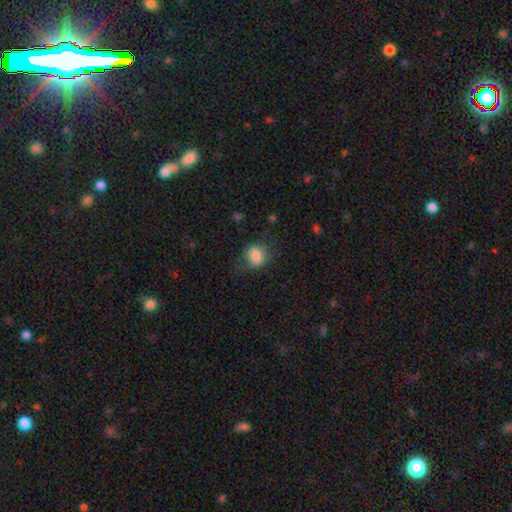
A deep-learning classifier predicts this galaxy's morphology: Smooth or featured? Predicted: smooth (p=0.80). How rounded? Predicted: round (p=0.58). Merging? Predicted: none (p=0.66).